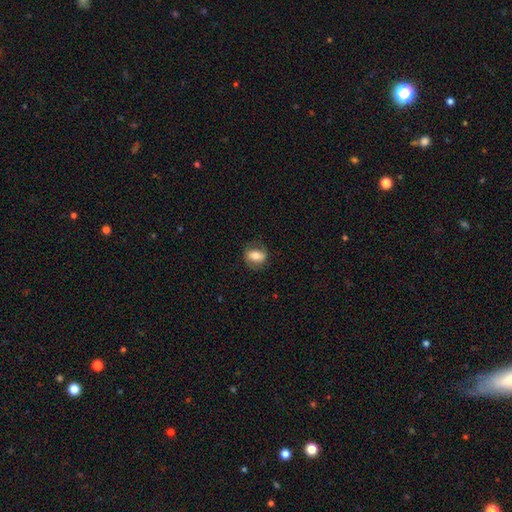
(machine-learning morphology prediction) A smooth galaxy with no disk features (59%) that is in between round and cigar-shaped (64%). Merging: none (73%).